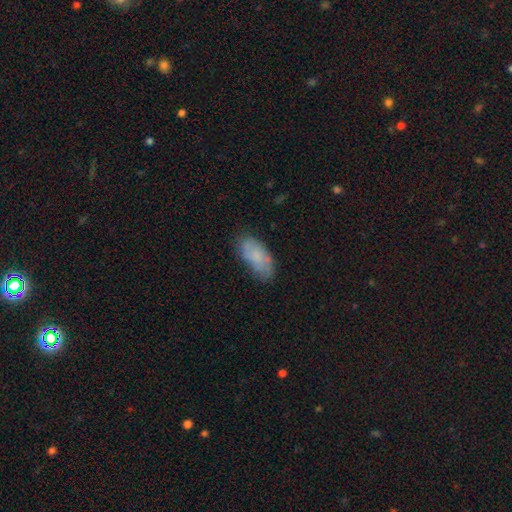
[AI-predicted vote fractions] Q: Smooth or featured?
A: smooth (71%); runner-up: featured or disk (21%)
Q: How rounded?
A: in between (90%); runner-up: cigar-shaped (7%)
Q: Merging?
A: none (66%); runner-up: minor disturbance (25%)